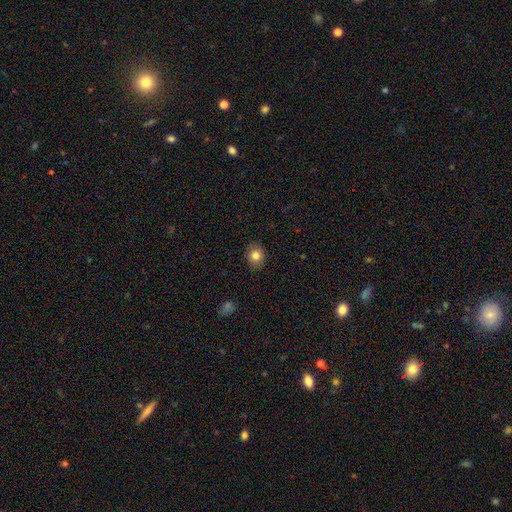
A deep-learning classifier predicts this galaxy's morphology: This appears to be a smooth galaxy with no disk features (82%) that is round (61%). Merging: none (88%).